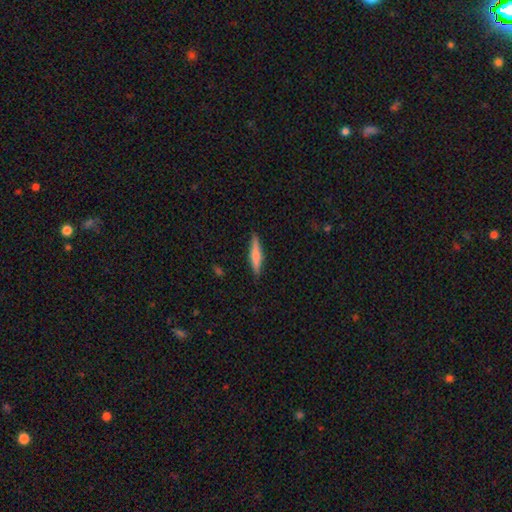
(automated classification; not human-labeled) This is likely a smooth galaxy (60%). How rounded: clearly cigar-shaped (86%). Merging: clearly none (89%).